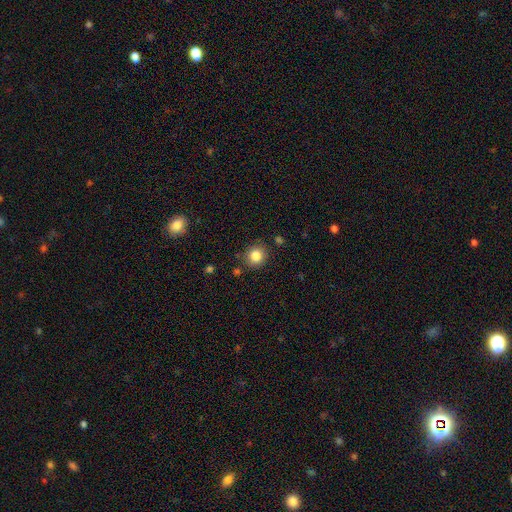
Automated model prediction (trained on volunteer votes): Smooth or featured? Predicted: smooth (p=0.84). How rounded? Predicted: round (p=0.85). Merging? Predicted: none (p=0.84).